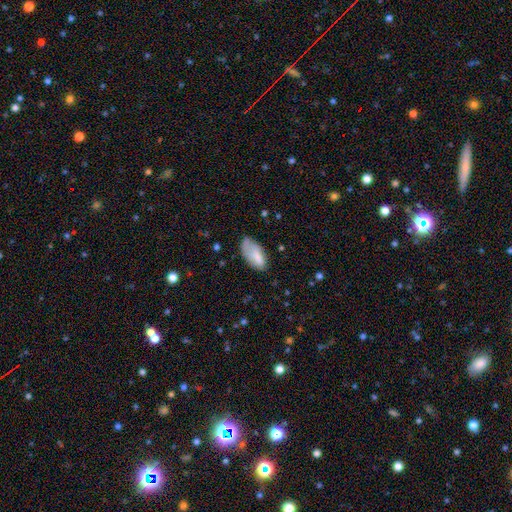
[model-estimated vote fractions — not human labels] A smooth galaxy with no disk features (75%) that is in between round and cigar-shaped (92%).

Vote fractions:
- Smooth or featured? smooth: 75% / featured or disk: 17% / star or artifact: 7%
- How rounded? in between: 92% / cigar-shaped: 5% / round: 2%
- Merging? none: 47% / minor disturbance: 35% / major disturbance: 15% / merger: 3%